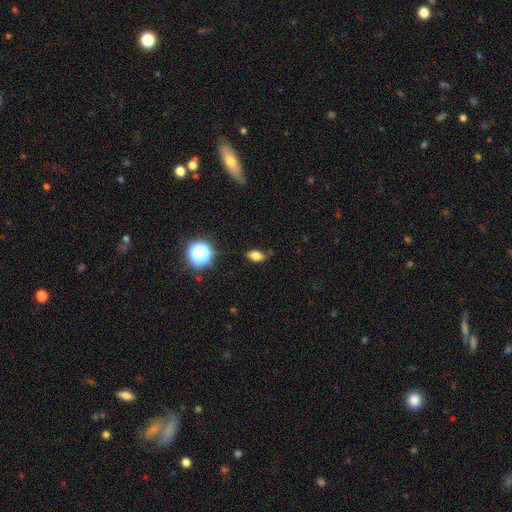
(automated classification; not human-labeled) Smooth or featured? smooth (77%)
How rounded? in between (83%)
Merging? none (81%)